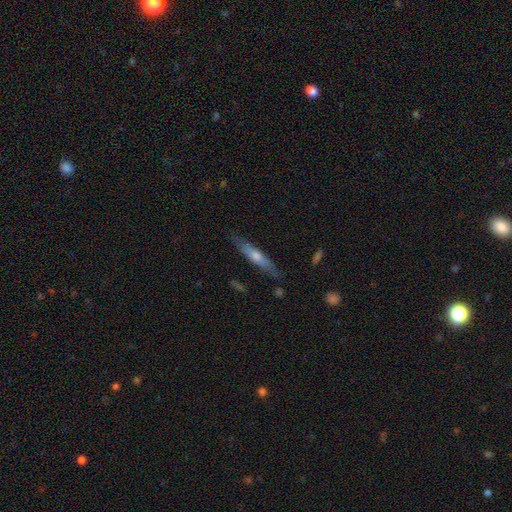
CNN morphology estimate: This is possibly a featured or disk galaxy (52%). It is clearly viewed edge-on (85%). Merging: clearly none (82%).